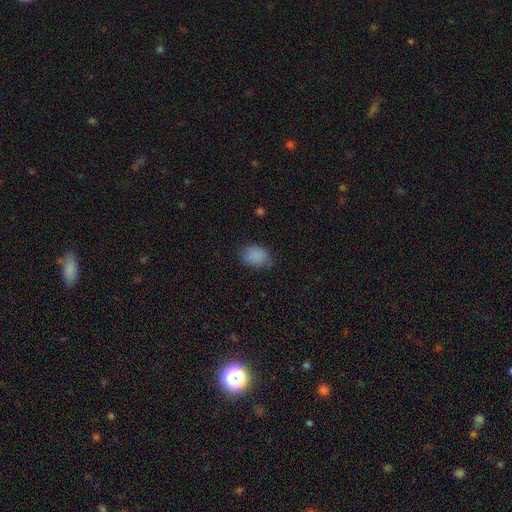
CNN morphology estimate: type=smooth (86%); roundness=in between (70%); merging=none (72%).